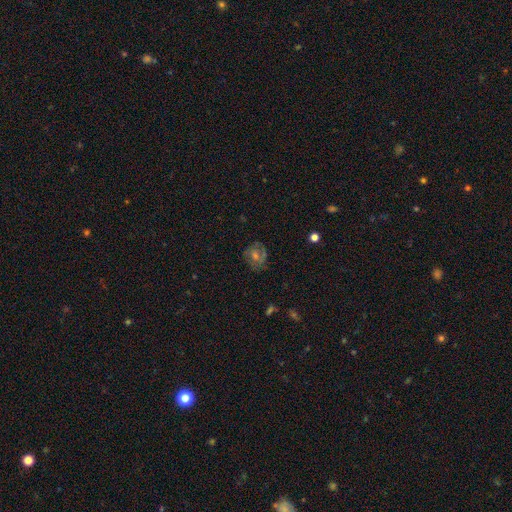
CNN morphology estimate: smooth-or-featured: featured or disk: 54% | smooth: 28% | star or artifact: 18%
  disk-edge-on: no: 96% | yes: 4%
    bar: no: 66% | weak: 28% | strong: 6%
    has-spiral-arms: yes: 71% | no: 29%
    bulge-size: moderate: 58% | small: 33% | large: 5% | none: 3% | dominant: 1%
  merging: none: 77% | minor disturbance: 15% | major disturbance: 6% | merger: 1%